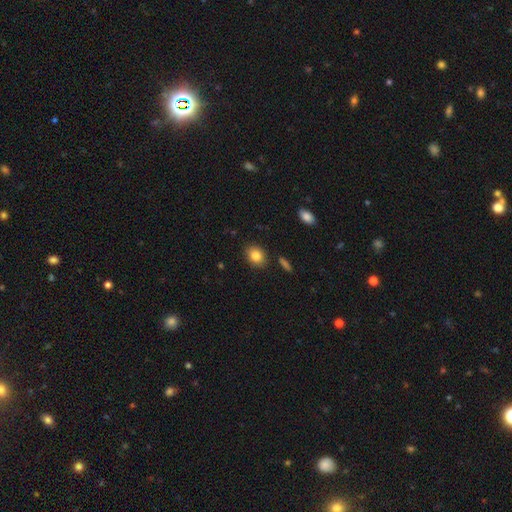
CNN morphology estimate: smooth-or-featured: smooth: 84% | star or artifact: 9% | featured or disk: 7%
  how-rounded: in between: 56% | round: 43% | cigar-shaped: 1%
  merging: none: 86% | minor disturbance: 10% | major disturbance: 2% | merger: 2%